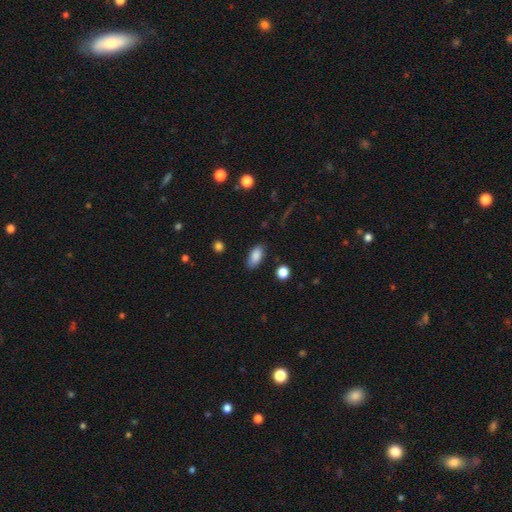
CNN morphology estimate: Smooth or featured: smooth — 87% (star or artifact — 8%)
How rounded: in between — 90% (cigar-shaped — 7%)
Merging: none — 83% (minor disturbance — 13%)